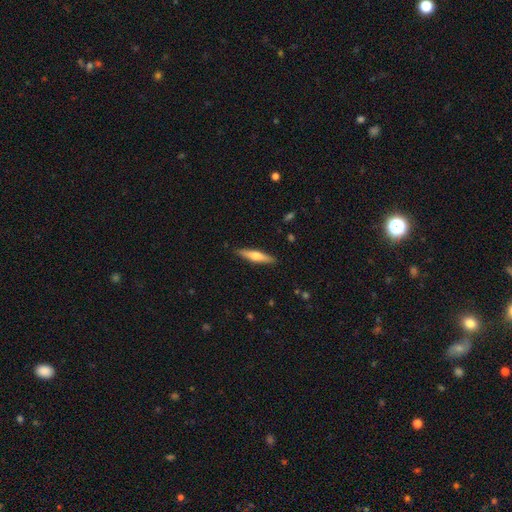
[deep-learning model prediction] Smooth or featured? smooth (48%)
Merging? none (89%)